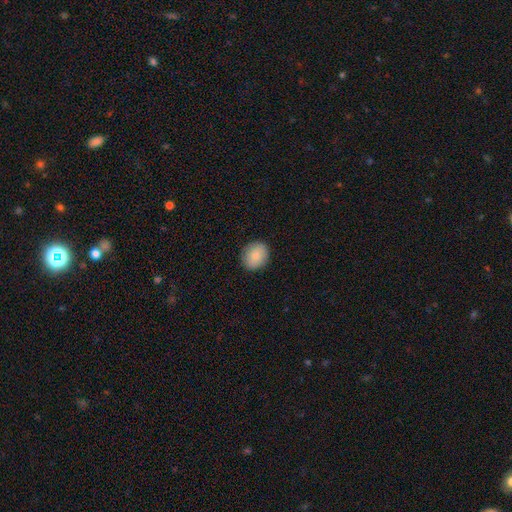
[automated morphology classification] smooth-or-featured: smooth: 86% | star or artifact: 7% | featured or disk: 7%
  how-rounded: round: 62% | in between: 37% | cigar-shaped: 1%
  merging: none: 88% | minor disturbance: 9% | major disturbance: 2% | merger: 1%